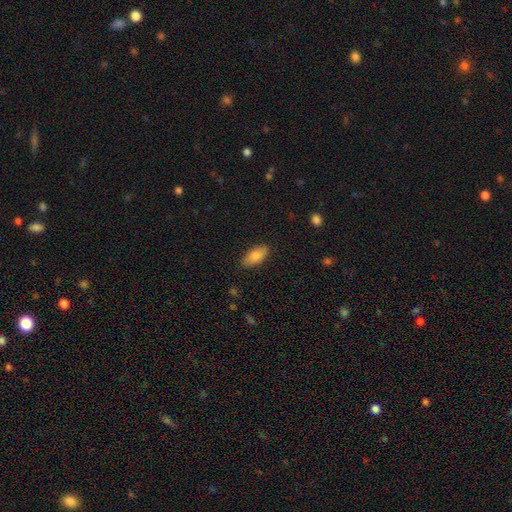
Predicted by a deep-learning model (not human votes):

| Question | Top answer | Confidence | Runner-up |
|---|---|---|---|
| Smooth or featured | smooth | 83% | featured or disk (11%) |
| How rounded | in between | 87% | cigar-shaped (10%) |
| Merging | none | 85% | minor disturbance (11%) |